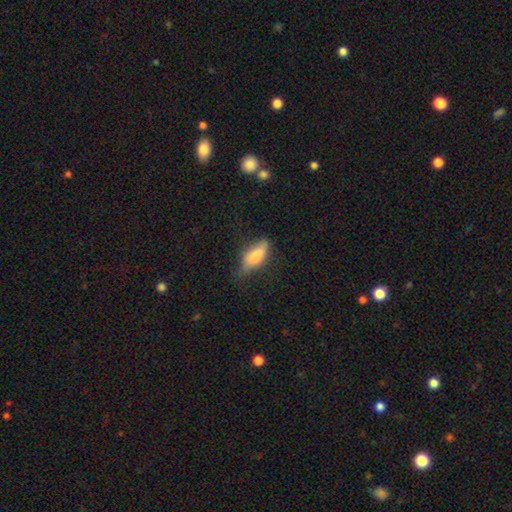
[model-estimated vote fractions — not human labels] Q: Smooth or featured?
A: smooth (72%); runner-up: featured or disk (20%)
Q: How rounded?
A: in between (72%); runner-up: cigar-shaped (25%)
Q: Merging?
A: none (50%); runner-up: minor disturbance (35%)